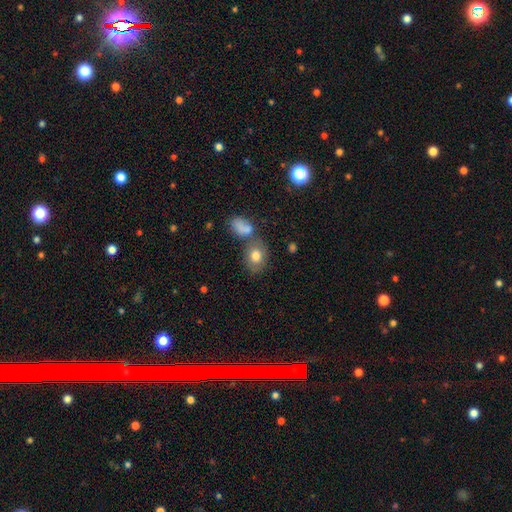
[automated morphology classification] Smooth or featured: smooth — 78% (featured or disk — 13%)
How rounded: in between — 60% (round — 39%)
Merging: none — 55% (merger — 25%)